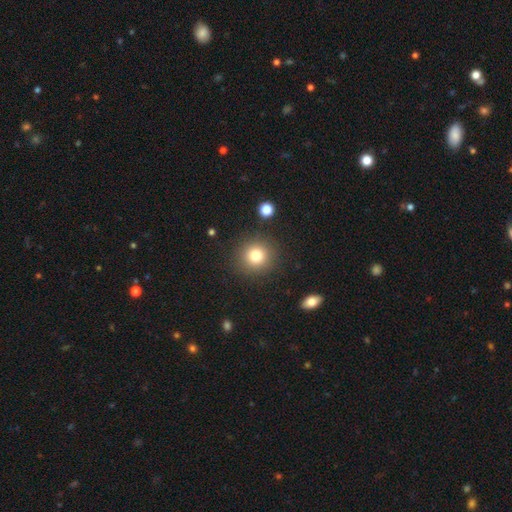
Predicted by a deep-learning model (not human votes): Morphology: type=smooth (79%); roundness=round (92%); merging=none (88%).